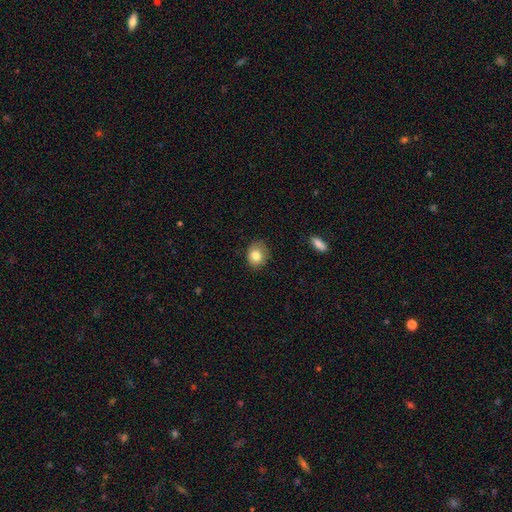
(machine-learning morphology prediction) This is likely a smooth galaxy (79%). How rounded: likely round (61%). Merging: likely none (74%).